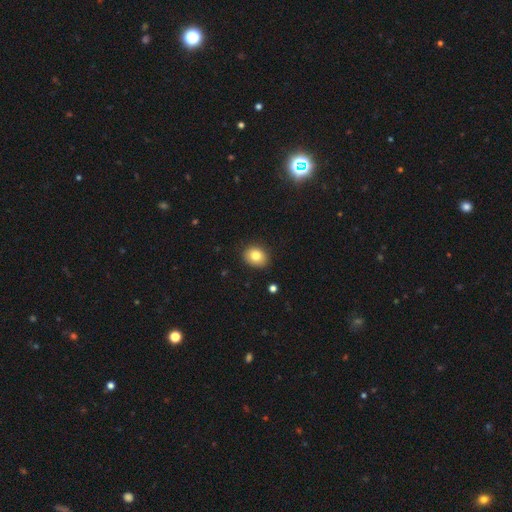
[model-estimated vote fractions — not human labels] smooth_or_featured: smooth (p=0.81) [alt: star or artifact p=0.10]
how_rounded: round (p=0.54) [alt: in between p=0.45]
merging: none (p=0.88) [alt: minor disturbance p=0.09]